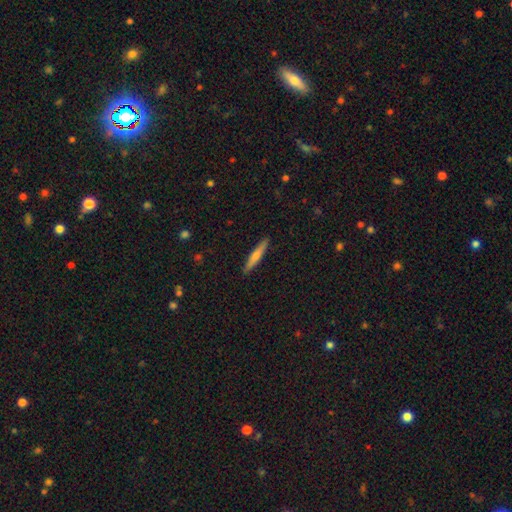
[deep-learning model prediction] smooth-or-featured: featured or disk: 47% (tied) | smooth: 47% (tied) | star or artifact: 6%
  merging: none: 92% | minor disturbance: 6% | major disturbance: 1% | merger: 1%